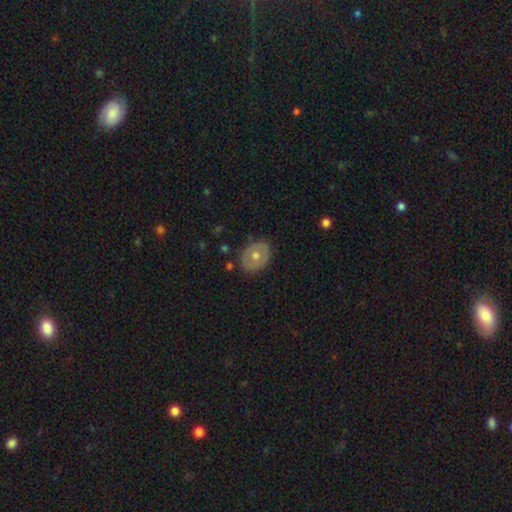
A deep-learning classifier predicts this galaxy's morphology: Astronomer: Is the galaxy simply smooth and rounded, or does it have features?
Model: smooth — 52% (runner-up: featured or disk, 41%).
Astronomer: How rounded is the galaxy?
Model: in between — 57% (runner-up: round, 42%).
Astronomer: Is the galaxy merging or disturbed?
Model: none — 84%.